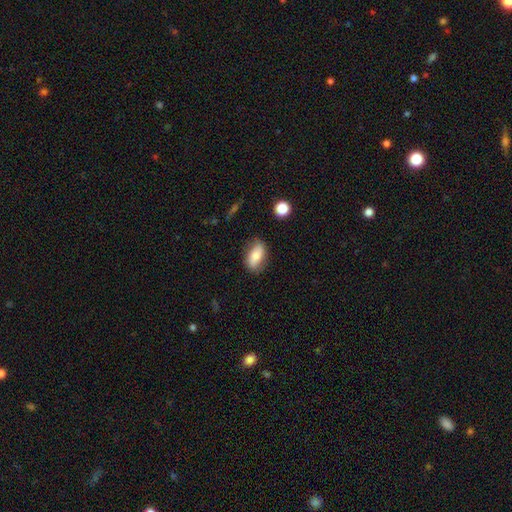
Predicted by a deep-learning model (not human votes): smooth-or-featured: smooth: 75% | featured or disk: 18% | star or artifact: 7%
  how-rounded: in between: 88% | cigar-shaped: 6% | round: 6%
  merging: none: 77% | minor disturbance: 17% | major disturbance: 4% | merger: 2%